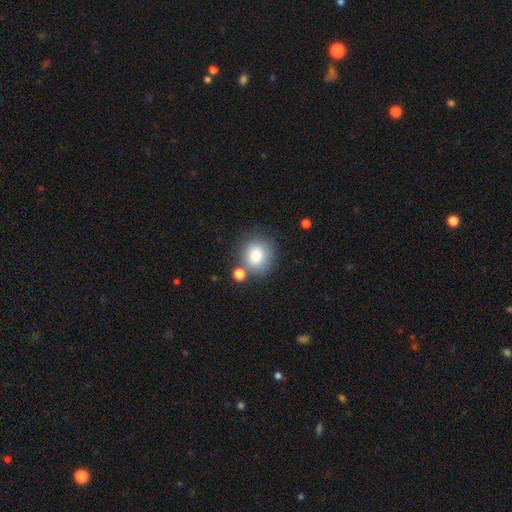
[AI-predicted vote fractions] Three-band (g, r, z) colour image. It shows a smooth galaxy with no disk features (80%) that is round (84%). Merging: none (72%).